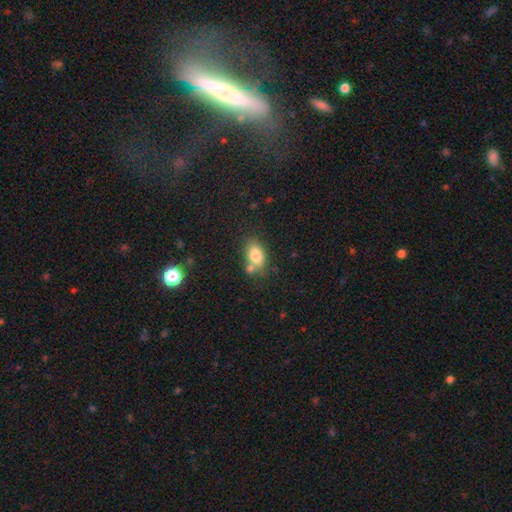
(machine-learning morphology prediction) smooth 80%, featured or disk 11%, star or artifact 9%. Down the decision tree: how rounded — in between (82%); merging — none (57%).